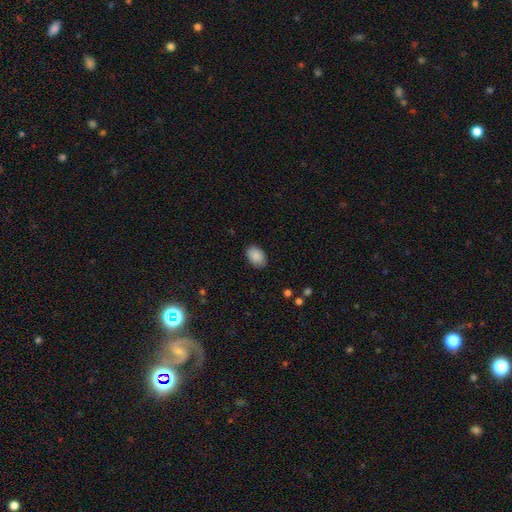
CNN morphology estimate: This is clearly a smooth galaxy (89%). How rounded: clearly in between (86%). Merging: clearly none (87%).